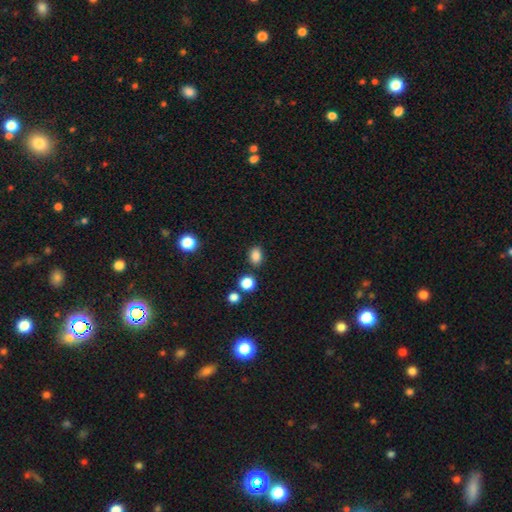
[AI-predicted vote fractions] Morphology: type=smooth (84%); roundness=in between (69%); merging=none (81%).